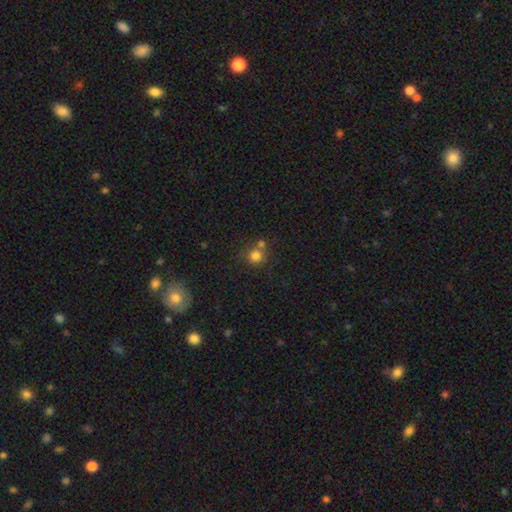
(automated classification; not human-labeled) smooth_or_featured: smooth (p=0.79) [alt: star or artifact p=0.13]
how_rounded: round (p=0.87) [alt: in between p=0.12]
merging: none (p=0.56) [alt: merger p=0.30]